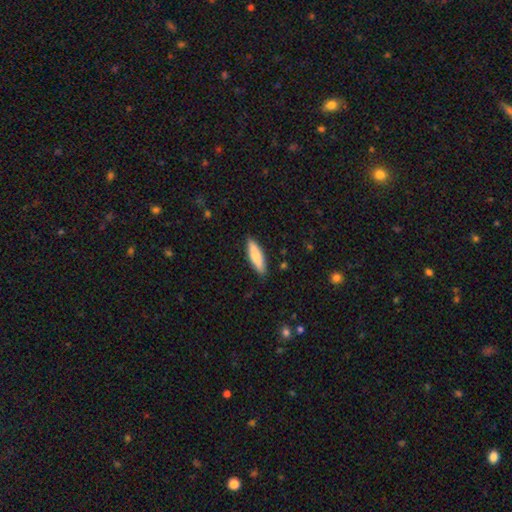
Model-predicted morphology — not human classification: This appears to be a smooth galaxy with no disk features (74%) that is cigar-shaped (68%). Merging: none (89%).